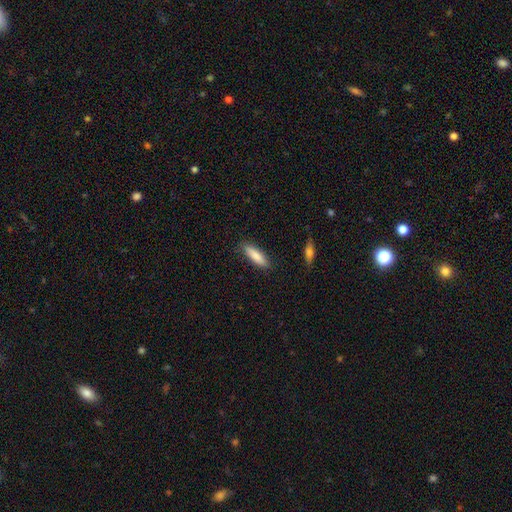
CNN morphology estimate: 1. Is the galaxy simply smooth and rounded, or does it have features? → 84% smooth, 10% featured or disk, 6% star or artifact.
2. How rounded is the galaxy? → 60% cigar-shaped, 38% in between, 1% round.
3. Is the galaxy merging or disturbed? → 86% none, 10% minor disturbance, 2% major disturbance, 2% merger.